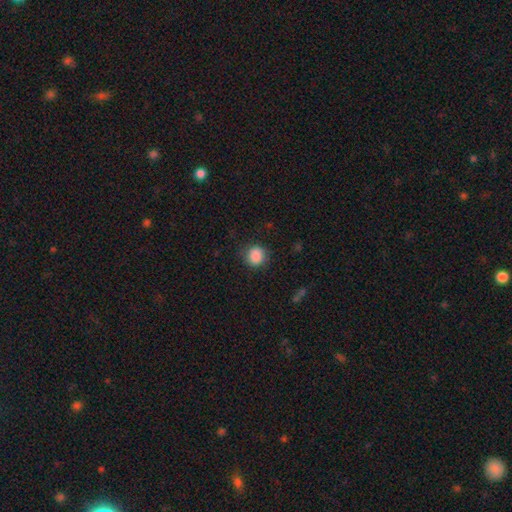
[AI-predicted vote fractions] smooth 88%, star or artifact 9%, featured or disk 3%. Down the decision tree: how rounded — round (83%); merging — none (82%).